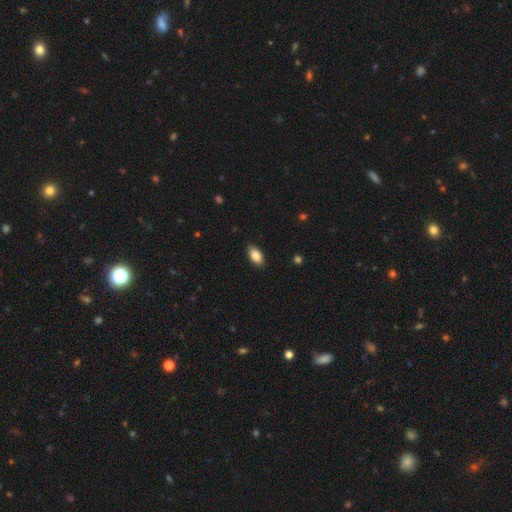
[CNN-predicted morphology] This appears to be a smooth galaxy with no disk features (86%) that is in between round and cigar-shaped (93%). Merging: none (88%).